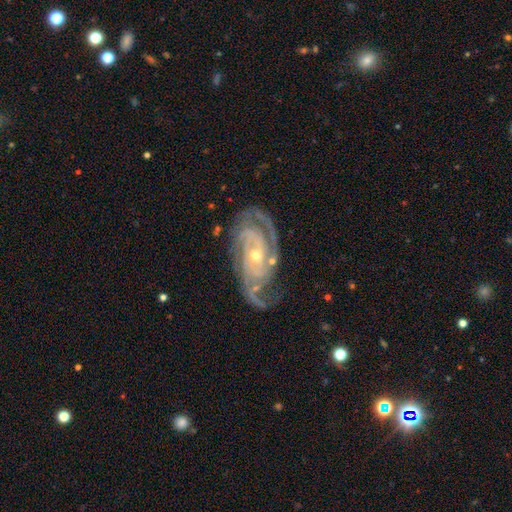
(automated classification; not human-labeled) This appears to be a featured or disk galaxy (92%) with no bar (59%), 2 (35%) tight (59%) spiral arms (98%) and a small central bulge (61%). Merging: none (67%).